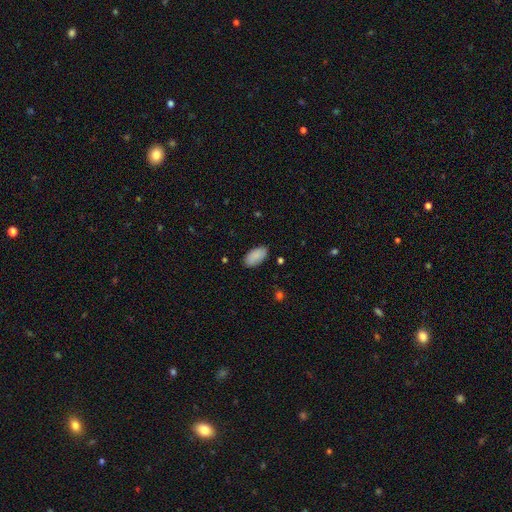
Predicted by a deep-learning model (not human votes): This is clearly a smooth galaxy (88%). How rounded: clearly in between (94%). Merging: clearly none (84%).